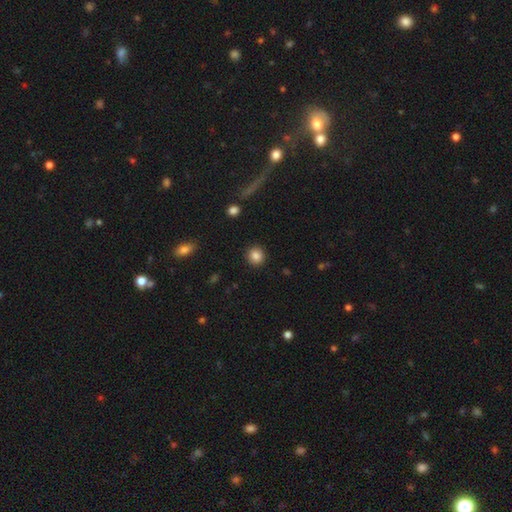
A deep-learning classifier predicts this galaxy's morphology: A smooth galaxy with no disk features (86%) that is round (90%).

Vote fractions:
- Smooth or featured? smooth: 86% / star or artifact: 9% / featured or disk: 5%
- How rounded? round: 90% / in between: 9% / cigar-shaped: 1%
- Merging? none: 92% / minor disturbance: 5% / major disturbance: 2% / merger: 1%